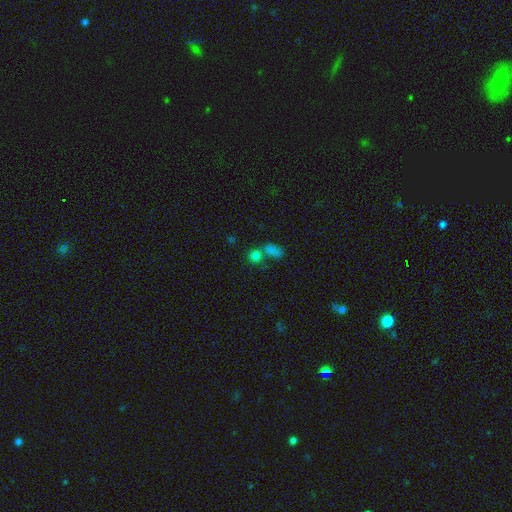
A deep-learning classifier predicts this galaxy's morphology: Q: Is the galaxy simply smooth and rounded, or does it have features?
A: smooth — 78%.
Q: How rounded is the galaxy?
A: round — 65%.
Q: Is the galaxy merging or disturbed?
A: none — 45%.